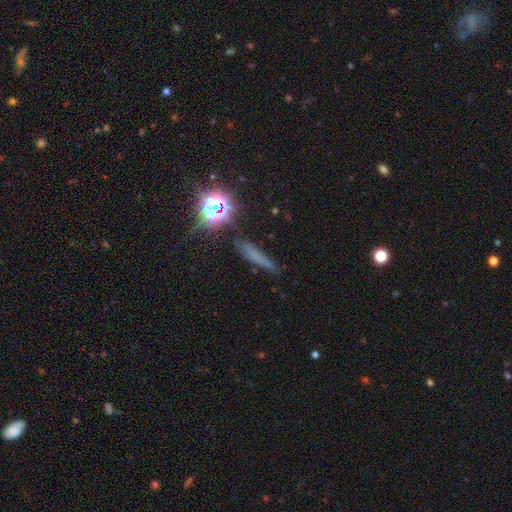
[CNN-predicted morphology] A smooth galaxy with no disk features (50%) that is cigar-shaped (86%).

Vote fractions:
- Smooth or featured? smooth: 50% / star or artifact: 28% / featured or disk: 22%
- How rounded? cigar-shaped: 86% / in between: 8% / round: 6%
- Merging? none: 76% / minor disturbance: 16% / major disturbance: 5% / merger: 3%